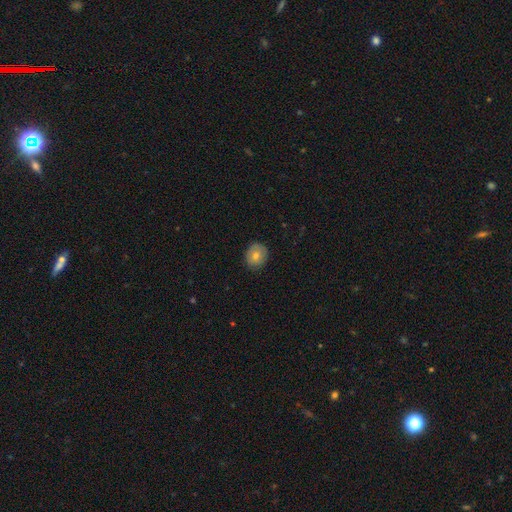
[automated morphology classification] This is likely a smooth galaxy (69%). How rounded: likely round (79%). Merging: clearly none (86%).